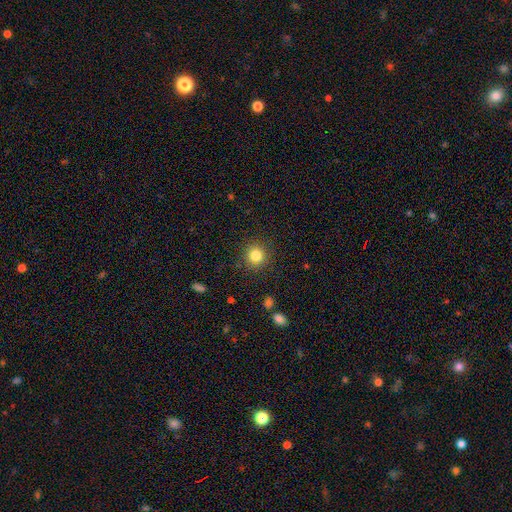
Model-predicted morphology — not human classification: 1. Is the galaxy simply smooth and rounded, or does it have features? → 83% smooth, 11% star or artifact, 6% featured or disk.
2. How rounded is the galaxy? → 93% round, 6% in between, 1% cigar-shaped.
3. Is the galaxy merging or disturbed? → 90% none, 6% minor disturbance, 3% major disturbance, 1% merger.